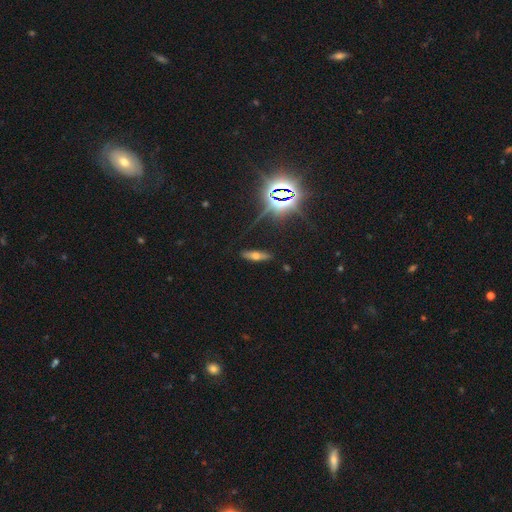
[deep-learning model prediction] The model was most divided on "smooth or featured": smooth: 46%, featured or disk: 31%, star or artifact: 24%. More confident: merging — none (85%).